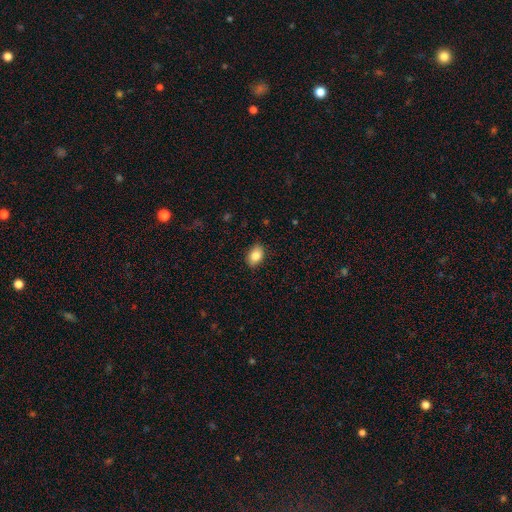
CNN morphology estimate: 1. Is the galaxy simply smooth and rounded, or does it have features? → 85% smooth, 8% star or artifact, 7% featured or disk.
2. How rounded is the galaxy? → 83% in between, 15% round, 1% cigar-shaped.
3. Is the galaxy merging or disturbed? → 87% none, 10% minor disturbance, 2% major disturbance, 1% merger.